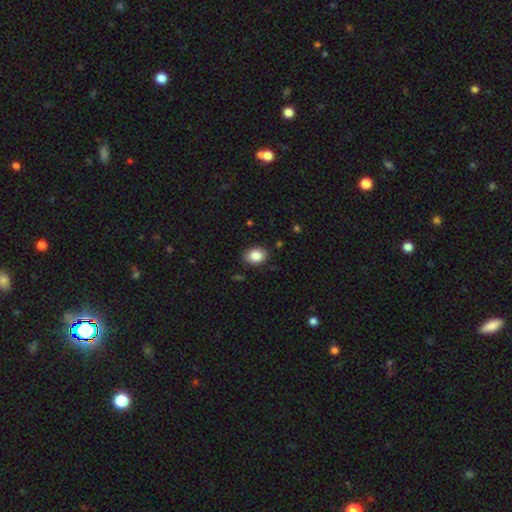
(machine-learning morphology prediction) type=smooth (86%); roundness=in between (73%); merging=none (87%).